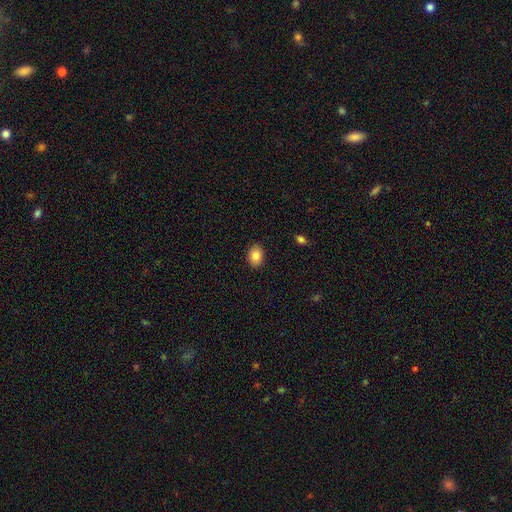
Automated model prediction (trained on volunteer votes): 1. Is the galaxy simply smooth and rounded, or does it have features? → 84% smooth, 8% star or artifact, 8% featured or disk.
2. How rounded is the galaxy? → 73% in between, 27% round, 1% cigar-shaped.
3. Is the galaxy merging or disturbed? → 89% none, 8% minor disturbance, 2% major disturbance, 1% merger.